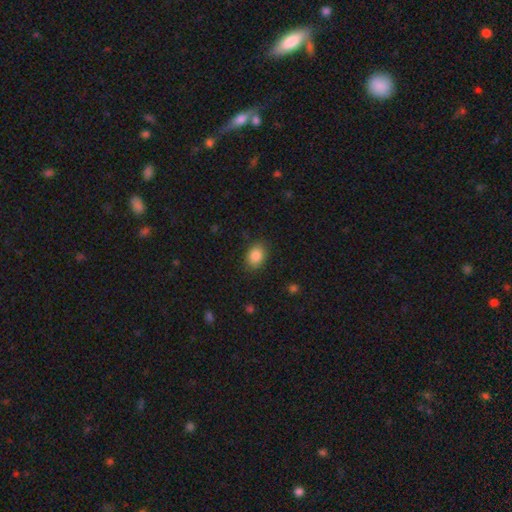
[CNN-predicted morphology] Smooth or featured: smooth — 87% (star or artifact — 8%)
How rounded: in between — 68% (round — 31%)
Merging: none — 84% (minor disturbance — 12%)